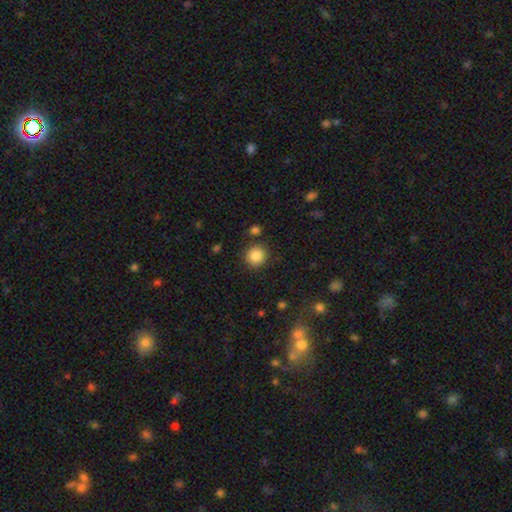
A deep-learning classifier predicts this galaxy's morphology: Smooth or featured?
  - smooth: 87% *
  - star or artifact: 9%
  - featured or disk: 4%
How rounded?
  - round: 90% *
  - in between: 9%
  - cigar-shaped: 1%
Merging?
  - none: 85% *
  - minor disturbance: 8%
  - merger: 4%
  - major disturbance: 3%